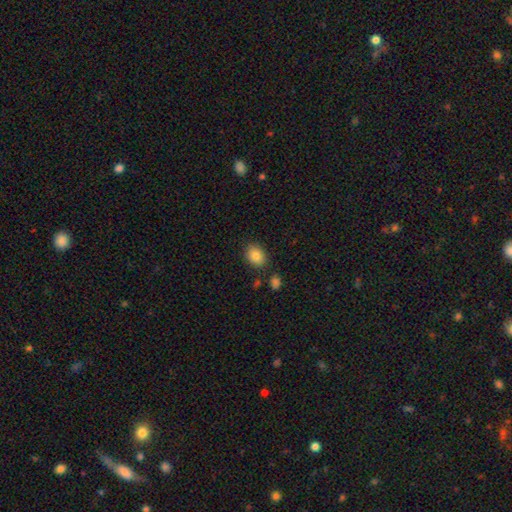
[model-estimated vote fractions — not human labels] smooth-or-featured: smooth: 86% | star or artifact: 8% | featured or disk: 6%
  how-rounded: in between: 65% | round: 34% | cigar-shaped: 1%
  merging: none: 82% | minor disturbance: 11% | merger: 4% | major disturbance: 3%